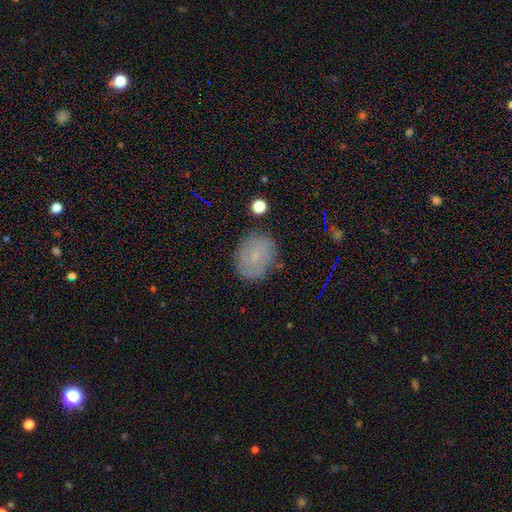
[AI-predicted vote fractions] featured or disk 48%, smooth 40%, star or artifact 12%. Down the decision tree: merging — none (80%).